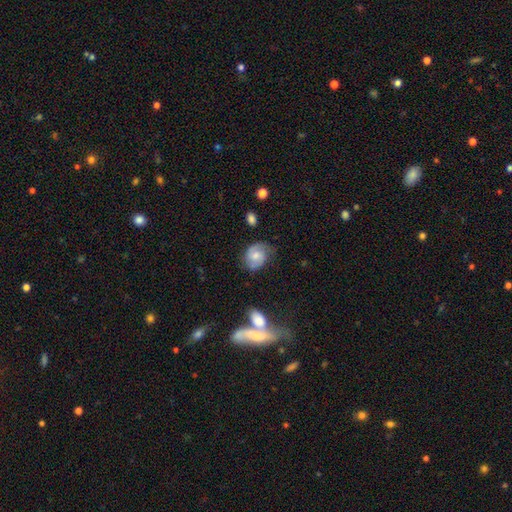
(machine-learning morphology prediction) This is likely a featured or disk galaxy (66%). It is clearly not viewed edge-on (97%). Bar: possibly no (55%). Spiral arm pattern: clearly yes (93%). Spiral arm count: clearly 2 (84%). Spiral winding: possibly medium (47%). Central bulge: possibly moderate (49%). Merging: likely none (70%).